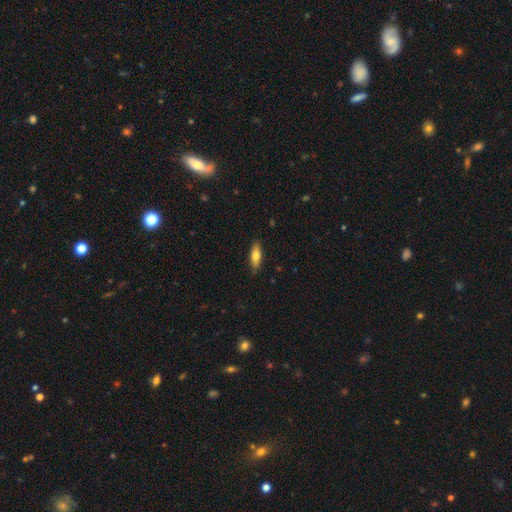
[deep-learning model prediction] A smooth galaxy with no disk features (71%) that is in between round and cigar-shaped (63%).

Vote fractions:
- Smooth or featured? smooth: 71% / featured or disk: 23% / star or artifact: 6%
- How rounded? in between: 63% / cigar-shaped: 35% / round: 3%
- Merging? none: 86% / minor disturbance: 11% / major disturbance: 2% / merger: 1%